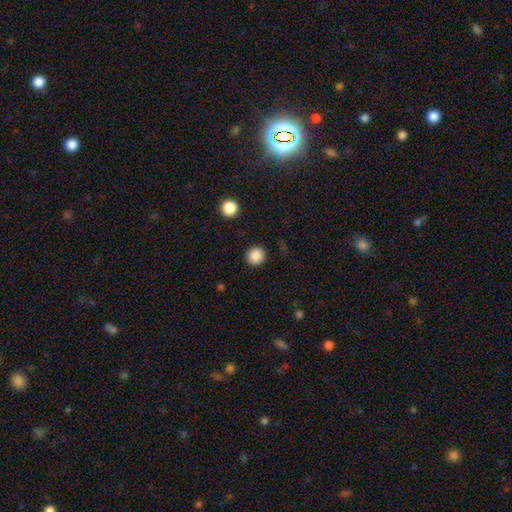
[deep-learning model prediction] smooth 87%, star or artifact 10%, featured or disk 3%. Down the decision tree: how rounded — round (92%); merging — none (91%).